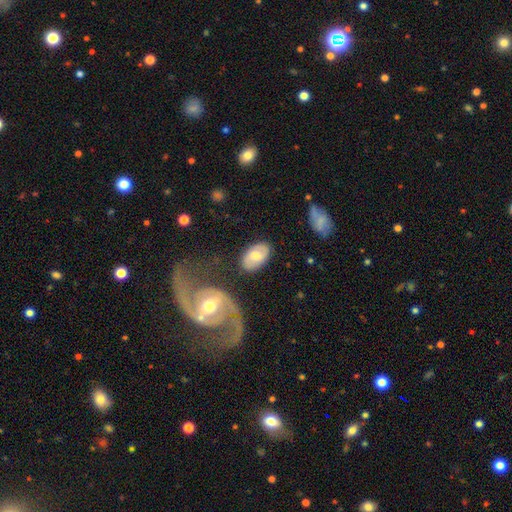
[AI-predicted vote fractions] Smooth or featured?
  - smooth: 64% *
  - featured or disk: 30%
  - star or artifact: 6%
How rounded?
  - in between: 91% *
  - round: 7%
  - cigar-shaped: 2%
Merging?
  - none: 79% *
  - minor disturbance: 13%
  - merger: 4%
  - major disturbance: 4%